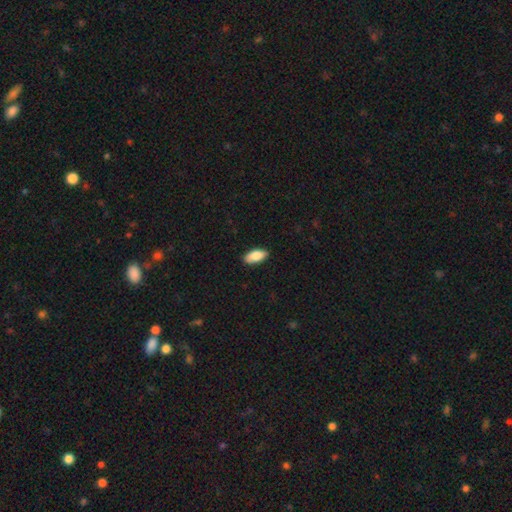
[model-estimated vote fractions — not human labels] Smooth or featured?
  - smooth: 85% *
  - featured or disk: 9%
  - star or artifact: 6%
How rounded?
  - in between: 90% *
  - cigar-shaped: 8%
  - round: 2%
Merging?
  - none: 87% *
  - minor disturbance: 10%
  - major disturbance: 2%
  - merger: 1%